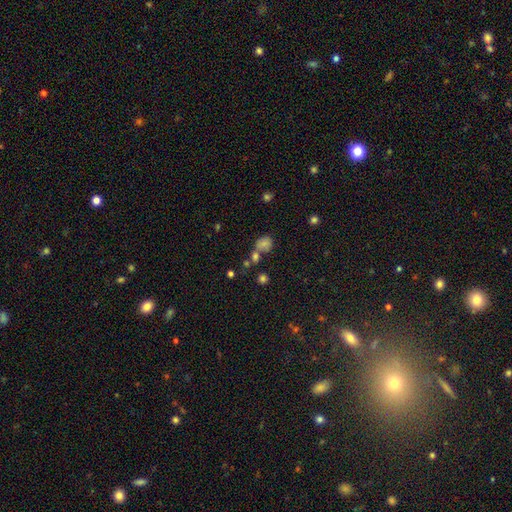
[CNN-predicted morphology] type=smooth (51%); roundness=round (74%); merging=none (54%).